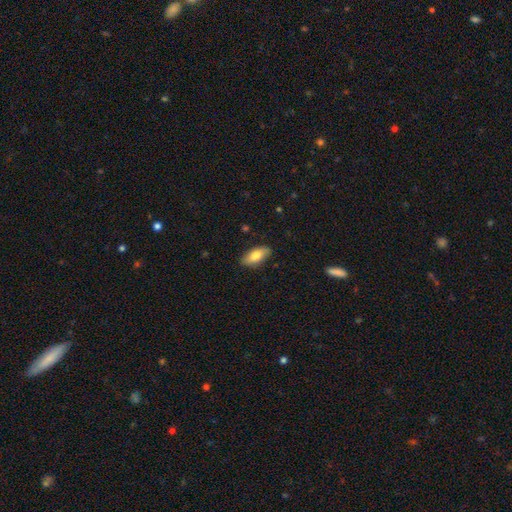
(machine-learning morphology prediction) type=smooth (76%); roundness=in between (86%); merging=none (87%).